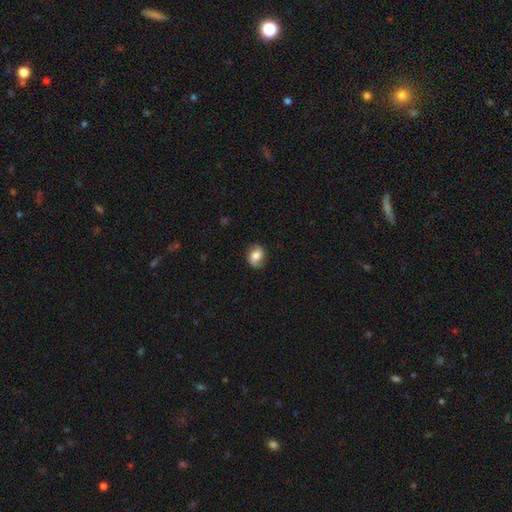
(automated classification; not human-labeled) Morphology: type=smooth (64%); roundness=in between (51%); merging=none (78%).